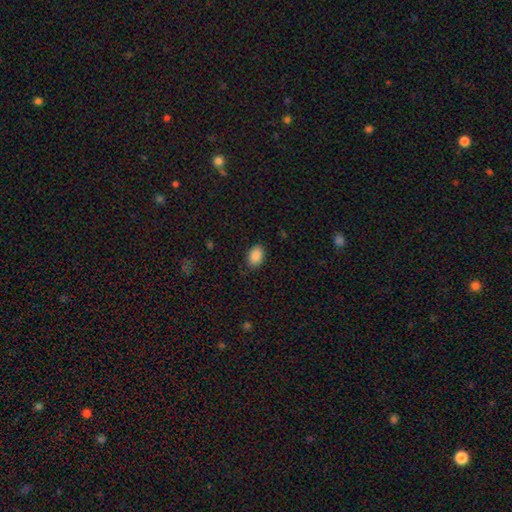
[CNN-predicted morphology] smooth-or-featured: smooth: 88% | star or artifact: 8% | featured or disk: 4%
  how-rounded: in between: 84% | round: 15% | cigar-shaped: 1%
  merging: none: 83% | minor disturbance: 13% | major disturbance: 3% | merger: 1%